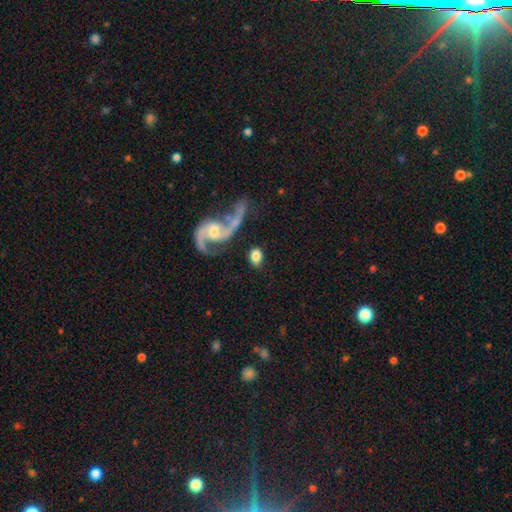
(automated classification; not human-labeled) A smooth galaxy with no disk features (62%) that is in between round and cigar-shaped (80%). Merging: none (73%).